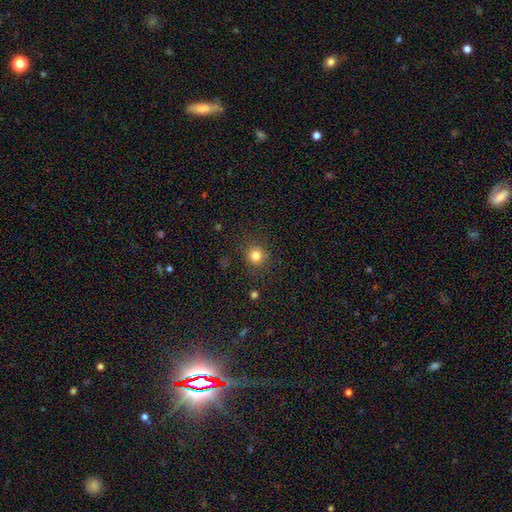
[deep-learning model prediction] The model was most divided on "smooth or featured": smooth: 83%, star or artifact: 13%, featured or disk: 5%. More confident: how rounded — round (92%); merging — none (87%).